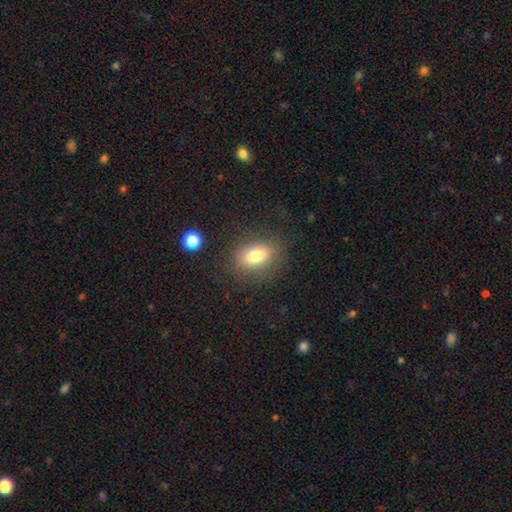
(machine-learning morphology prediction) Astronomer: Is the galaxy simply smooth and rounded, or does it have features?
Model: smooth — 75%.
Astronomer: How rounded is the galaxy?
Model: in between — 77%.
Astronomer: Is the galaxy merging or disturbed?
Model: none — 82%.